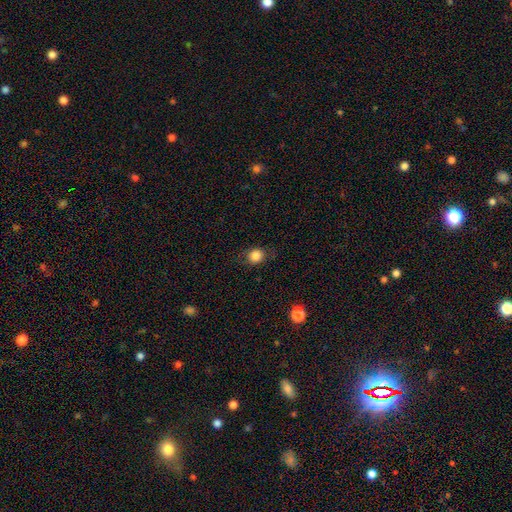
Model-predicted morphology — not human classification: smooth_or_featured: smooth (p=0.84) [alt: star or artifact p=0.11]
how_rounded: round (p=0.75) [alt: in between p=0.24]
merging: none (p=0.83) [alt: minor disturbance p=0.12]